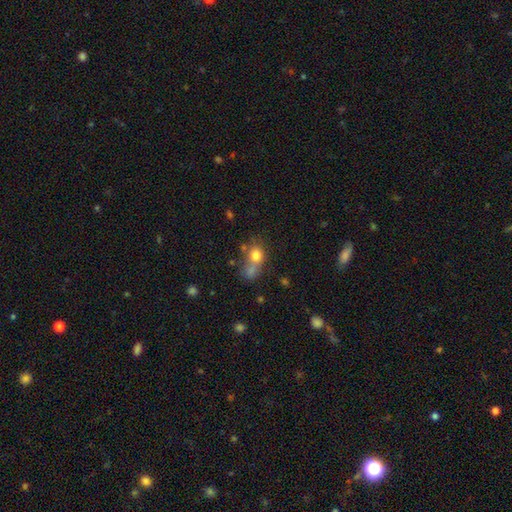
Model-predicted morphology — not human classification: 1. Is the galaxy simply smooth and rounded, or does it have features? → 76% smooth, 13% featured or disk, 11% star or artifact.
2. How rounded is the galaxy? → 60% round, 38% in between, 2% cigar-shaped.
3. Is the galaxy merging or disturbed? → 45% merger, 35% none, 12% minor disturbance, 8% major disturbance.